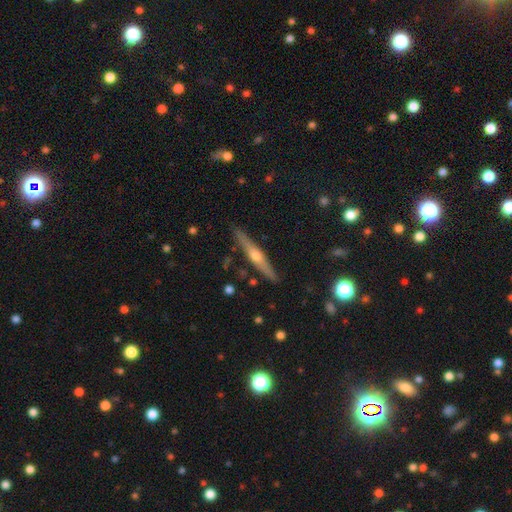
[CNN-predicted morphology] A featured or disk galaxy (71%) viewed edge-on (97%) with a rounded central bulge (91%). Merging: none (88%).